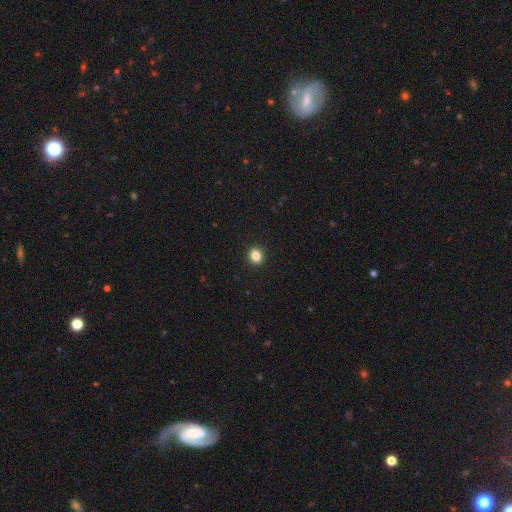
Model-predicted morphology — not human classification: smooth_or_featured: smooth (p=0.85) [alt: star or artifact p=0.11]
how_rounded: round (p=0.59) [alt: in between p=0.39]
merging: none (p=0.92) [alt: minor disturbance p=0.05]